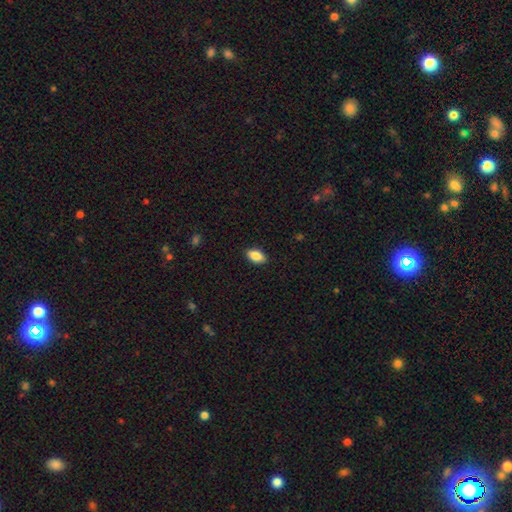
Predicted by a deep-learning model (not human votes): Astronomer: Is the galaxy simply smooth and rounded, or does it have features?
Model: smooth — 87%.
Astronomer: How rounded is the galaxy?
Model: in between — 91%.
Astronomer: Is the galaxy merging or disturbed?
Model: none — 89%.